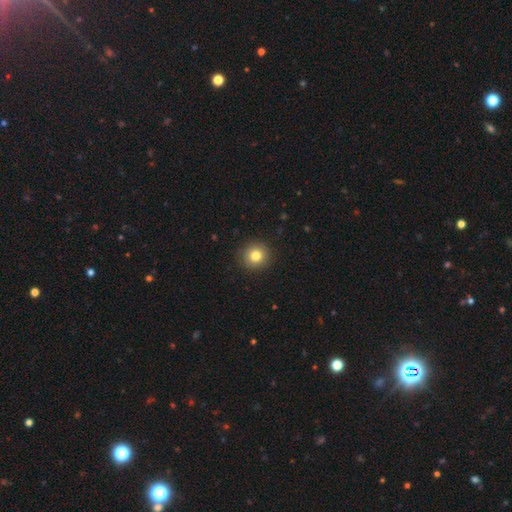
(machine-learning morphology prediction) Smooth or featured? smooth (81%)
How rounded? round (93%)
Merging? none (91%)